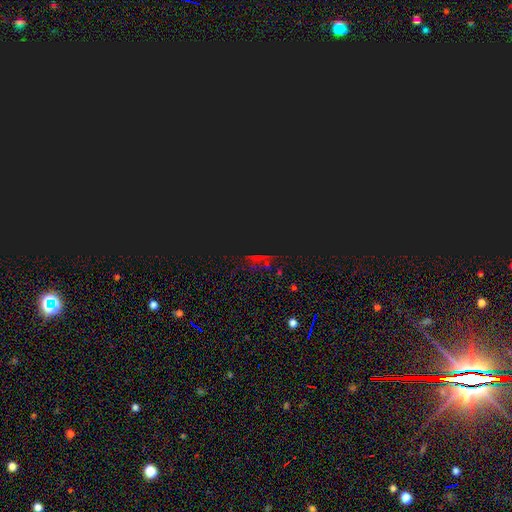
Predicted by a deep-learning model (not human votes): smooth_or_featured: star or artifact (p=0.78) [alt: smooth p=0.14]